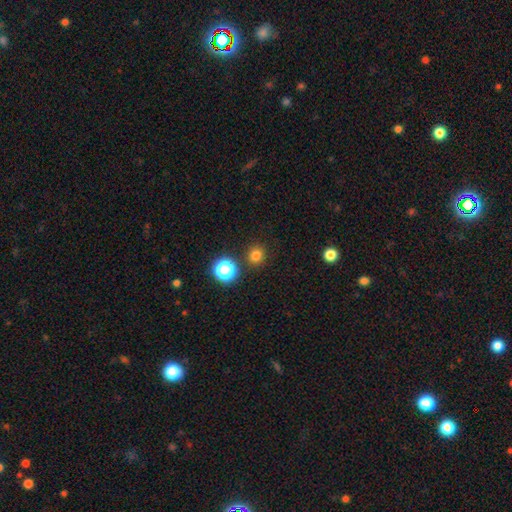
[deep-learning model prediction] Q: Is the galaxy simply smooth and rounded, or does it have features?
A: smooth — 78%.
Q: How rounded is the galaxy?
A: round — 89%.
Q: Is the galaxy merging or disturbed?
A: none — 88%.